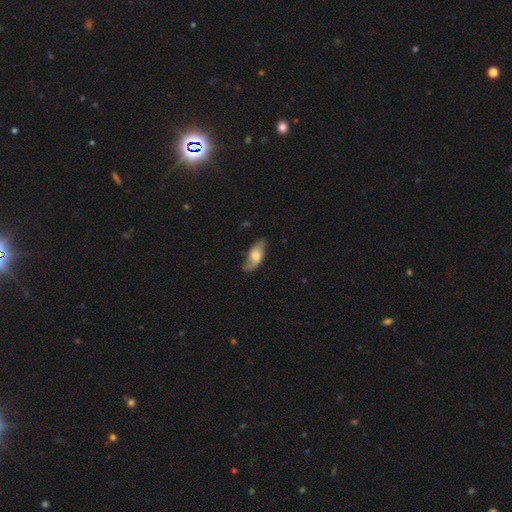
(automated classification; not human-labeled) Overall: smooth (55%; featured or disk 39%). How rounded: in between (84%). Merging: none (72%).